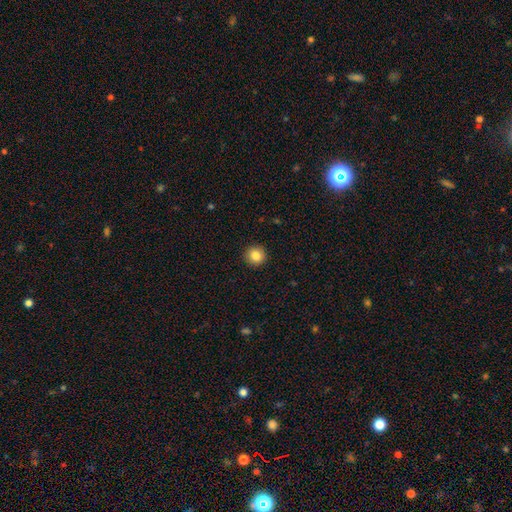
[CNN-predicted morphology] Smooth or featured? smooth (84%)
How rounded? round (95%)
Merging? none (93%)